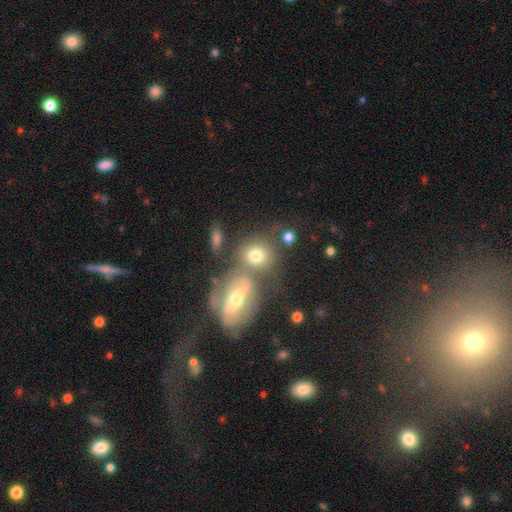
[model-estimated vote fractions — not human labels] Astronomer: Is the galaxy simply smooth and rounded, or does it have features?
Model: smooth — 69%.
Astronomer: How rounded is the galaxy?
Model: round — 70%.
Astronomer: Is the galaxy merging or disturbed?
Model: none — 44% (runner-up: merger, 39%).